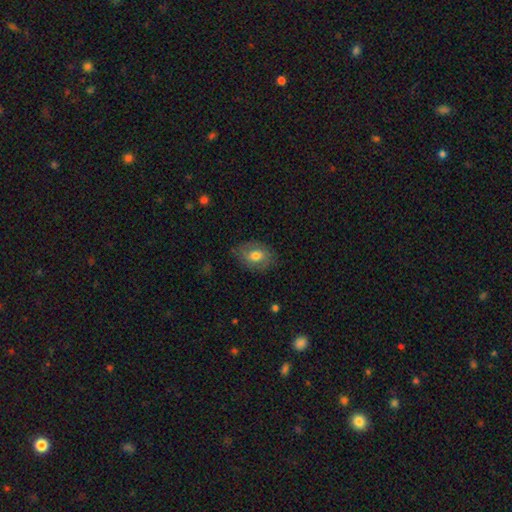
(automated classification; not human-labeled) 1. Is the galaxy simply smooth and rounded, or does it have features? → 65% smooth, 27% featured or disk, 8% star or artifact.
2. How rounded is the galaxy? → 73% in between, 26% round, 1% cigar-shaped.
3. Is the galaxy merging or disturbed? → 75% none, 19% minor disturbance, 6% major disturbance, 1% merger.